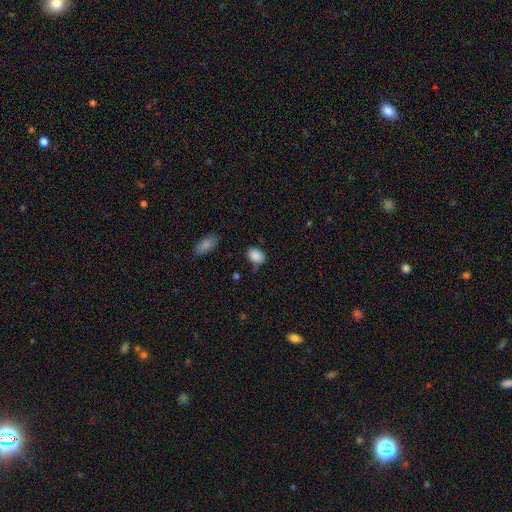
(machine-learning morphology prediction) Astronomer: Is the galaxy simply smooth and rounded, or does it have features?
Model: smooth — 88%.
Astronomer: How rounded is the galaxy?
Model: in between — 81%.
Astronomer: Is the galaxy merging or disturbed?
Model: none — 70%.